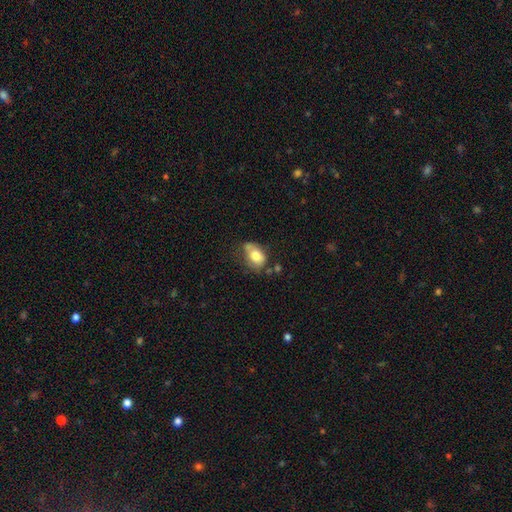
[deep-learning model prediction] Morphology: type=smooth (74%); roundness=in between (78%); merging=none (40%).